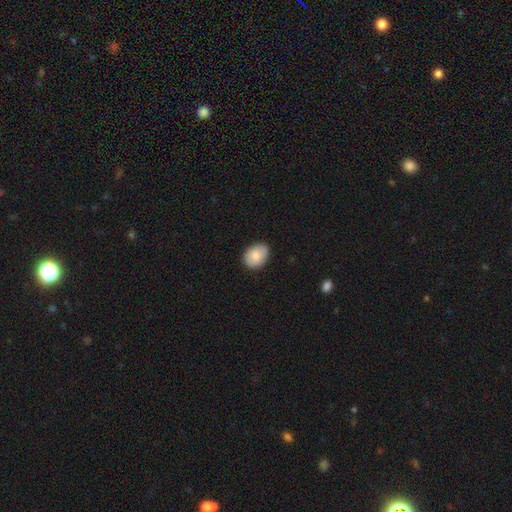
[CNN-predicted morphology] Q: Smooth or featured?
A: smooth (85%); runner-up: featured or disk (9%)
Q: How rounded?
A: in between (70%); runner-up: round (29%)
Q: Merging?
A: none (84%); runner-up: minor disturbance (13%)